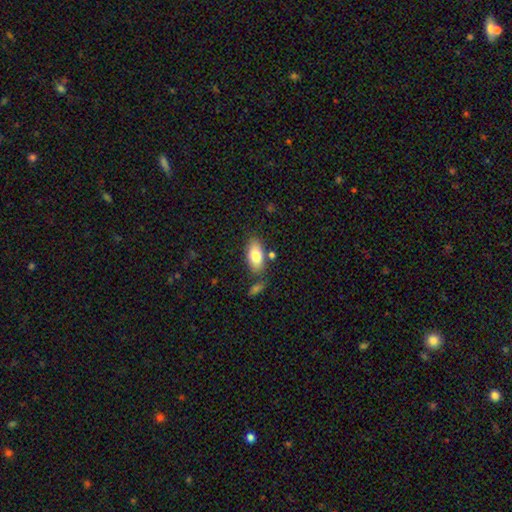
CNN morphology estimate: Q: Smooth or featured?
A: smooth (79%); runner-up: featured or disk (14%)
Q: How rounded?
A: in between (91%); runner-up: cigar-shaped (5%)
Q: Merging?
A: none (75%); runner-up: minor disturbance (13%)